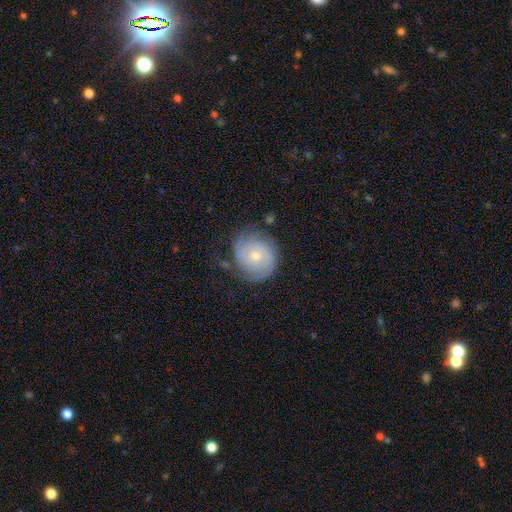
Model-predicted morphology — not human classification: Smooth or featured? Predicted: featured or disk (p=0.58). Edge-on disk? Predicted: no (p=0.97). Bar? Predicted: no (p=0.75). Spiral arms? Predicted: yes (p=0.84). Bulge size? Predicted: small (p=0.56). Merging? Predicted: none (p=0.68).